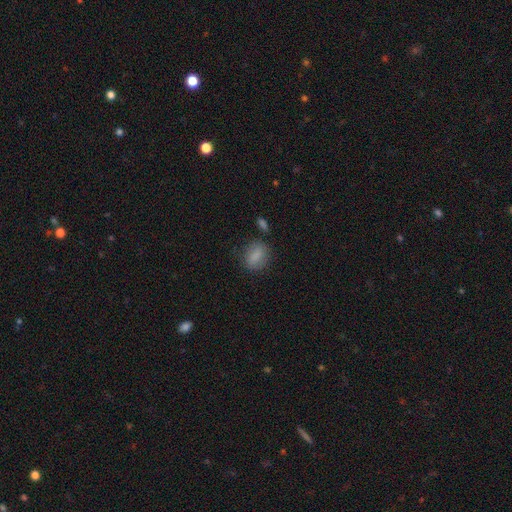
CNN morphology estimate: Q: Smooth or featured?
A: smooth (83%); runner-up: star or artifact (9%)
Q: How rounded?
A: in between (66%); runner-up: round (30%)
Q: Merging?
A: none (74%); runner-up: minor disturbance (17%)